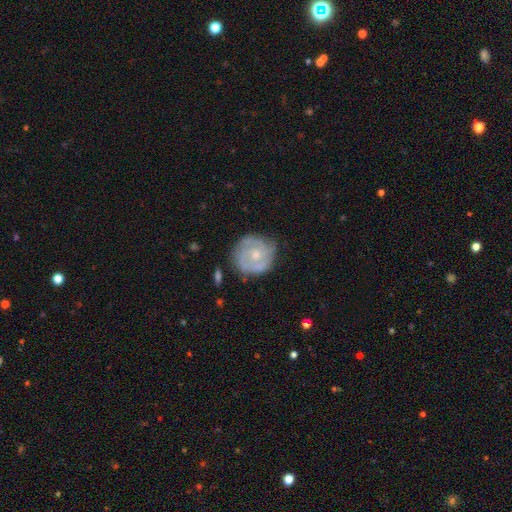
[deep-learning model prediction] Overall: featured or disk (76%). Edge-on disk: no (98%). Bar: no (73%). Spiral arms: yes (89%). Spiral arm count: 2 (35%; can't tell 27%). Spiral winding: tight (65%; medium 28%). Bulge size: moderate (48%; small 45%). Merging: none (74%).